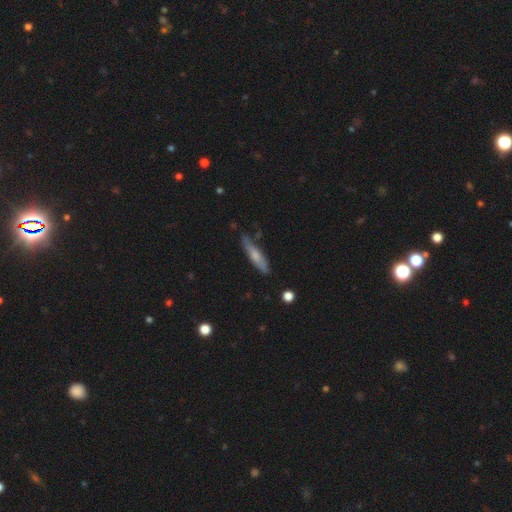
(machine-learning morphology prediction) Smooth or featured? Predicted: smooth (p=0.59). How rounded? Predicted: cigar-shaped (p=0.83). Merging? Predicted: none (p=0.74).